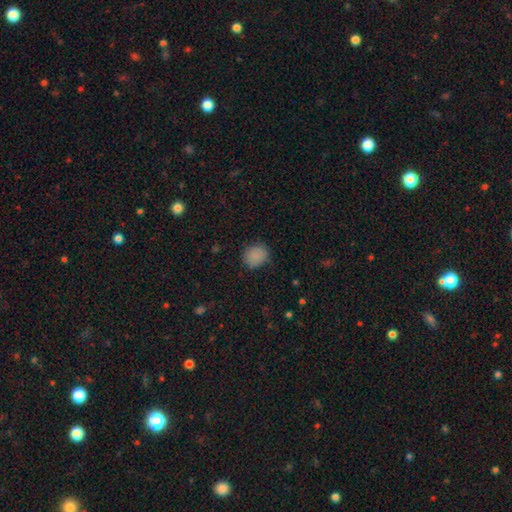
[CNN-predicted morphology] This appears to be a smooth galaxy with no disk features (85%) that is round (71%). Merging: none (78%).